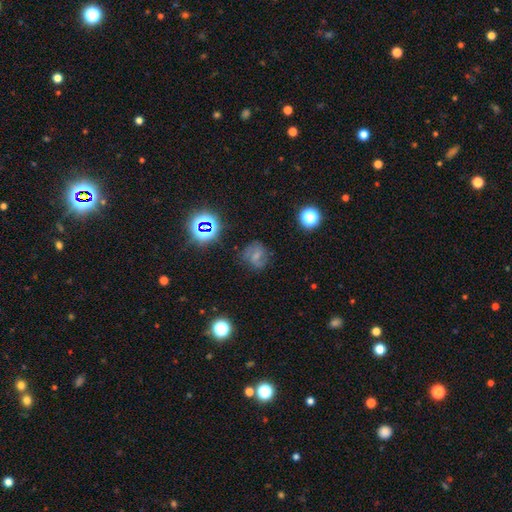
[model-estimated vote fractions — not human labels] smooth-or-featured: featured or disk: 39% | smooth: 38% | star or artifact: 23%
  merging: none: 64% | minor disturbance: 21% | major disturbance: 12% | merger: 3%